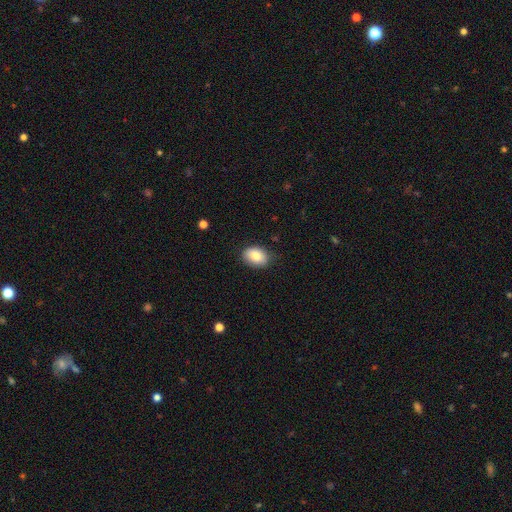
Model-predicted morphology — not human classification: Smooth or featured: smooth — 83% (featured or disk — 9%)
How rounded: in between — 74% (round — 25%)
Merging: none — 82% (minor disturbance — 14%)